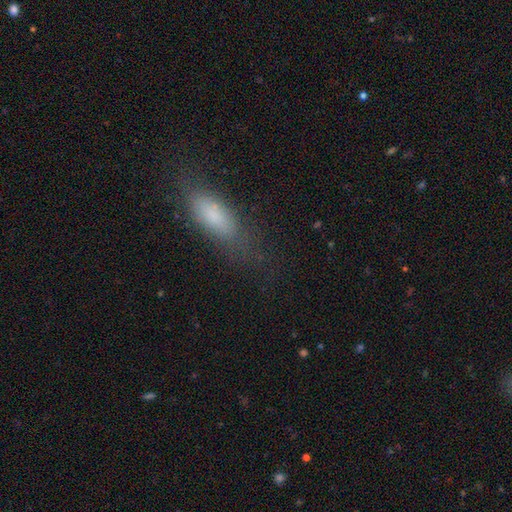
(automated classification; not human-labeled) The model was most divided on "how rounded": in between: 53%, cigar-shaped: 43%, round: 4%. More confident: merging — none (70%); smooth or featured — smooth (61%).